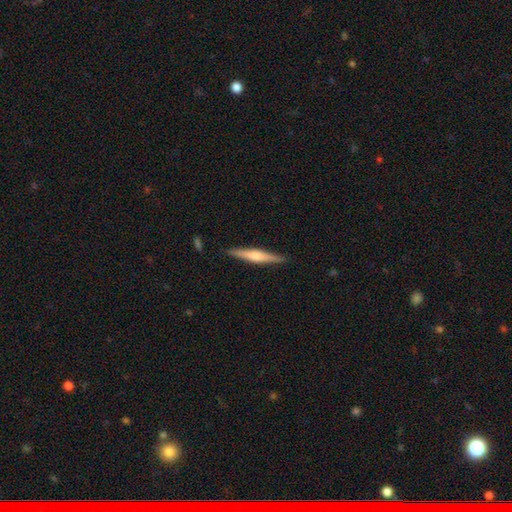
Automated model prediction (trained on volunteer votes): Morphology: type=featured or disk (58%); edge-on=yes (98%); edge-on bulge=rounded (67%); merging=none (90%).